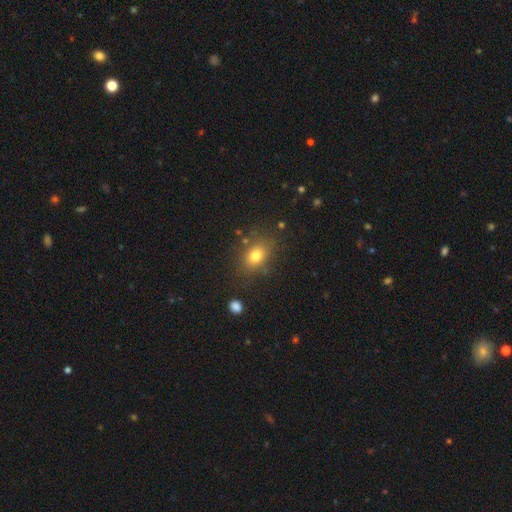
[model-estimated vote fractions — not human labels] A smooth galaxy with no disk features (77%) that is in between round and cigar-shaped (68%). Merging: none (79%).